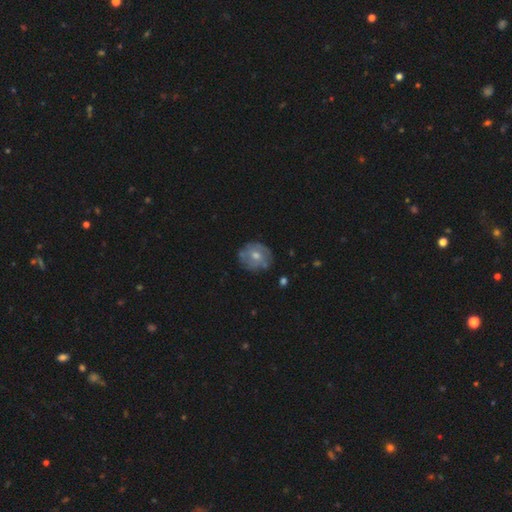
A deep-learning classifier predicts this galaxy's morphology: Q: Smooth or featured?
A: featured or disk (49%); runner-up: smooth (44%)
Q: Merging?
A: none (69%); runner-up: minor disturbance (21%)